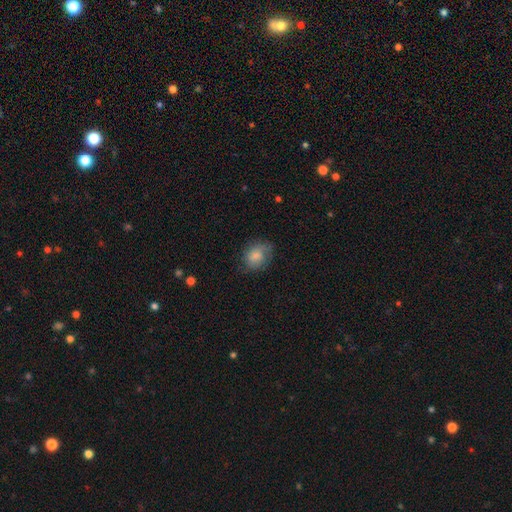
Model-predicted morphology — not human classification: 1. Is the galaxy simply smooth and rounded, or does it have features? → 73% smooth, 20% featured or disk, 8% star or artifact.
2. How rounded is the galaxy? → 50% round, 49% in between, 1% cigar-shaped.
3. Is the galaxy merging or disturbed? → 63% none, 26% minor disturbance, 10% major disturbance, 1% merger.